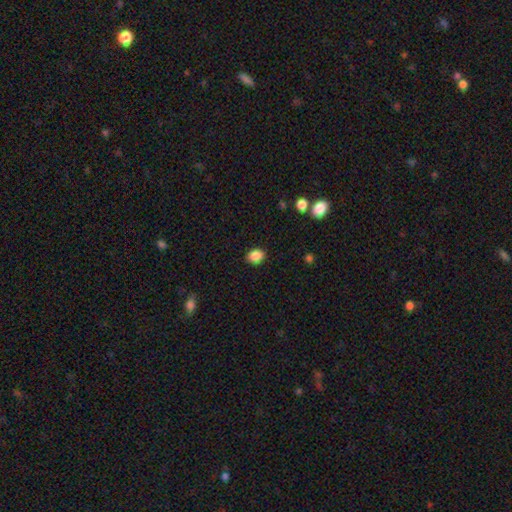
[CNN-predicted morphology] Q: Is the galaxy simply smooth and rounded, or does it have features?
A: smooth — 87%.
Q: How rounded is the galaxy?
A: round — 56%.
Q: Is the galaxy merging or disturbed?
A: none — 87%.